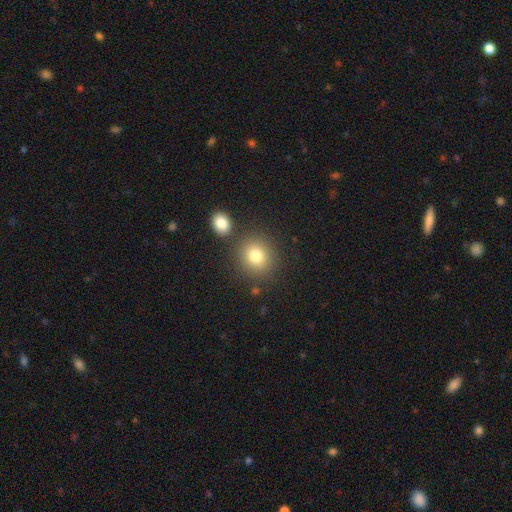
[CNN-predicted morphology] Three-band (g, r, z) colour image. It shows a smooth galaxy with no disk features (80%) that is round (78%). Merging: none (77%).